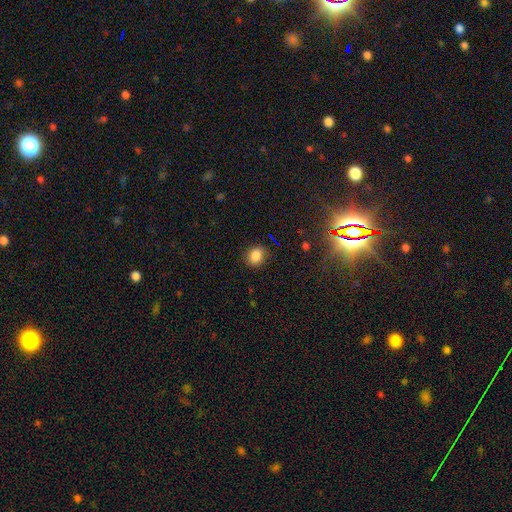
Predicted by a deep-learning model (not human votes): Smooth or featured?
  - smooth: 84% *
  - star or artifact: 11%
  - featured or disk: 5%
How rounded?
  - round: 55% *
  - in between: 44%
  - cigar-shaped: 1%
Merging?
  - none: 83% *
  - minor disturbance: 13%
  - major disturbance: 3%
  - merger: 1%